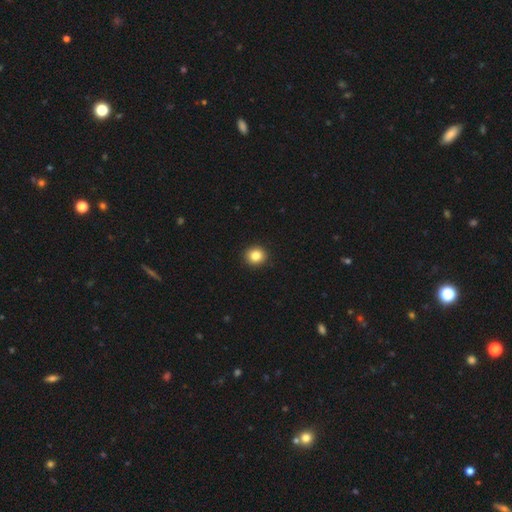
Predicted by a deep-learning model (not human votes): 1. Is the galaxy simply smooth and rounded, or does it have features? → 84% smooth, 10% star or artifact, 5% featured or disk.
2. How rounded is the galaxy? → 86% round, 13% in between, 1% cigar-shaped.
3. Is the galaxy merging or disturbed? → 93% none, 5% minor disturbance, 2% major disturbance, 1% merger.